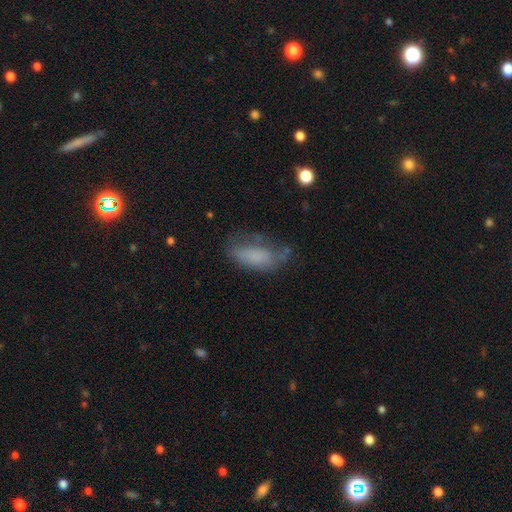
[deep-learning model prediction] Smooth or featured? smooth (66%)
How rounded? in between (81%)
Merging? none (39%)